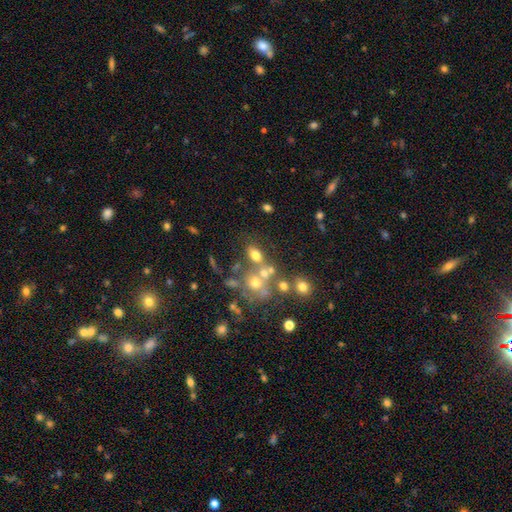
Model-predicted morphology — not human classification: This appears to be a smooth galaxy with no disk features (59%) that is in between round and cigar-shaped (54%). Merging: none (46%).